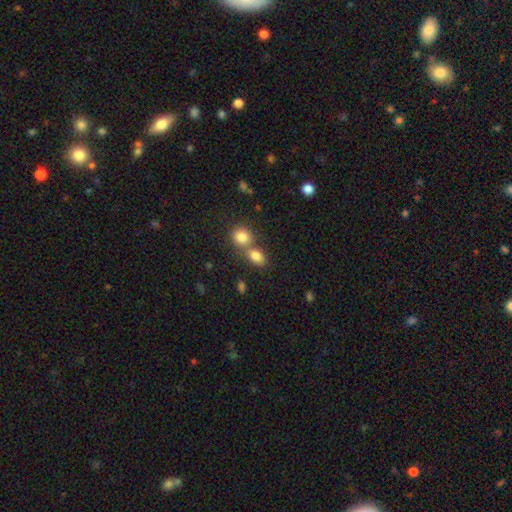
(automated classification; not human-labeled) smooth_or_featured: smooth (p=0.82) [alt: star or artifact p=0.10]
how_rounded: in between (p=0.67) [alt: round p=0.31]
merging: merger (p=0.46) [alt: none p=0.42]